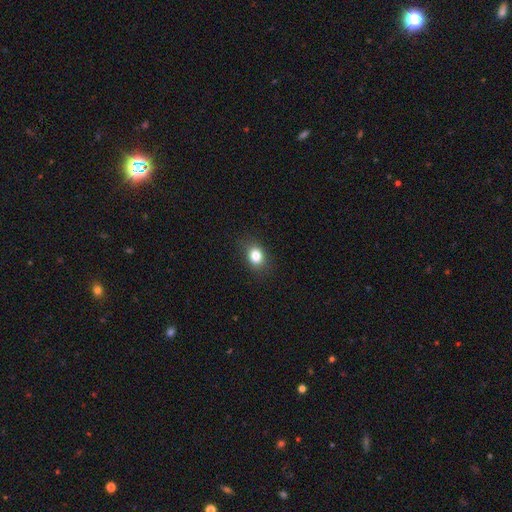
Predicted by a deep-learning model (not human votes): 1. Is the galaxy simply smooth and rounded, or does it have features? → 82% smooth, 11% star or artifact, 7% featured or disk.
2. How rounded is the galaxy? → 56% in between, 43% round, 1% cigar-shaped.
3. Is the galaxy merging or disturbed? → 83% none, 13% minor disturbance, 4% major disturbance, 1% merger.